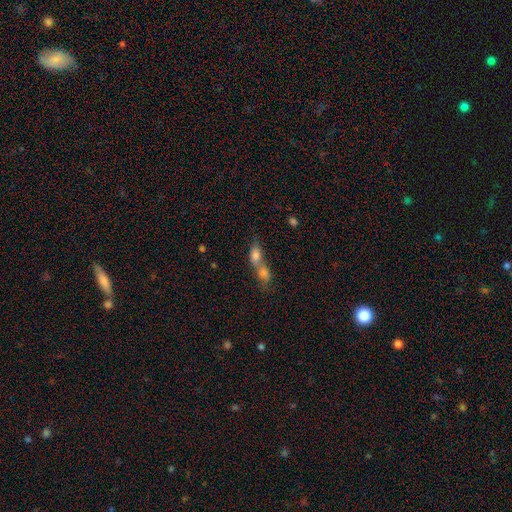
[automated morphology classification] Smooth or featured?
  - smooth: 77% *
  - featured or disk: 14%
  - star or artifact: 9%
How rounded?
  - in between: 76% *
  - round: 17%
  - cigar-shaped: 7%
Merging?
  - merger: 77% *
  - none: 15%
  - minor disturbance: 5%
  - major disturbance: 3%